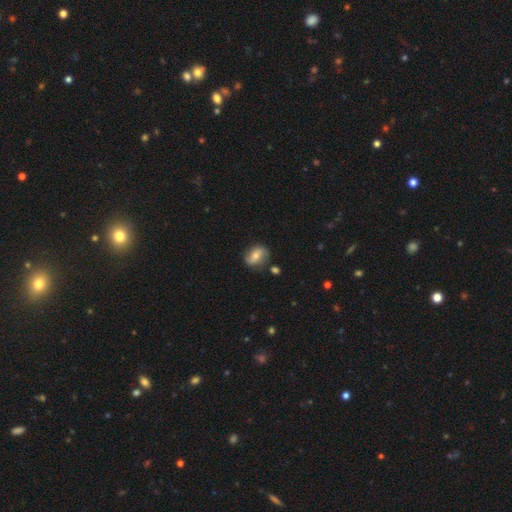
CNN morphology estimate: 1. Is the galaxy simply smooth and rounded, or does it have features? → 48% smooth, 44% featured or disk, 8% star or artifact.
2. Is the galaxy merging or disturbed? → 73% none, 18% minor disturbance, 5% major disturbance, 3% merger.